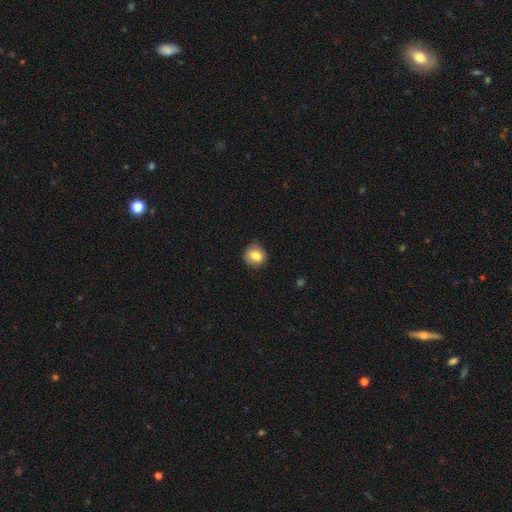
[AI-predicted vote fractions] The model was most divided on "how rounded": round: 81%, in between: 18%, cigar-shaped: 1%. More confident: merging — none (82%); smooth or featured — smooth (82%).